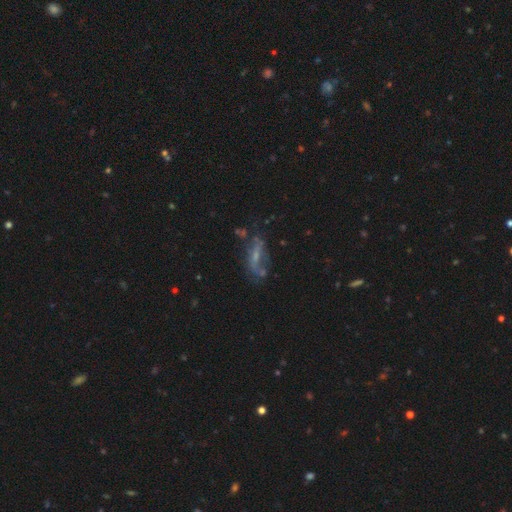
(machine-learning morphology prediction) The model was most divided on "bar": no: 43%, weak: 37%, strong: 20%. Remaining: edge-on disk — no (82%); smooth or featured — featured or disk (62%); spiral arms — yes (59%); bulge size — small (55%); merging — none (46%).